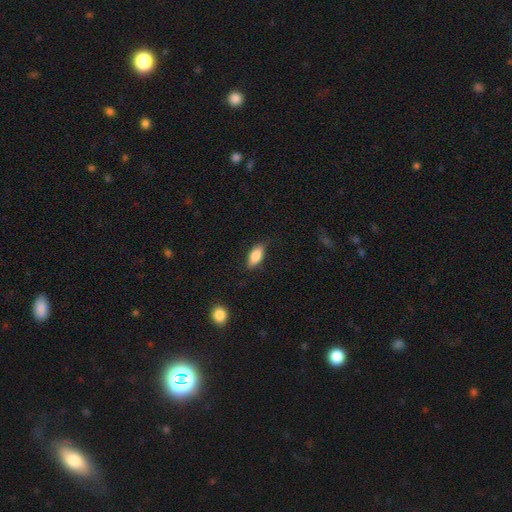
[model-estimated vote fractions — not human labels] A smooth galaxy with no disk features (83%) that is in between round and cigar-shaped (86%).

Vote fractions:
- Smooth or featured? smooth: 83% / featured or disk: 10% / star or artifact: 7%
- How rounded? in between: 86% / cigar-shaped: 11% / round: 3%
- Merging? none: 80% / minor disturbance: 16% / major disturbance: 3% / merger: 1%